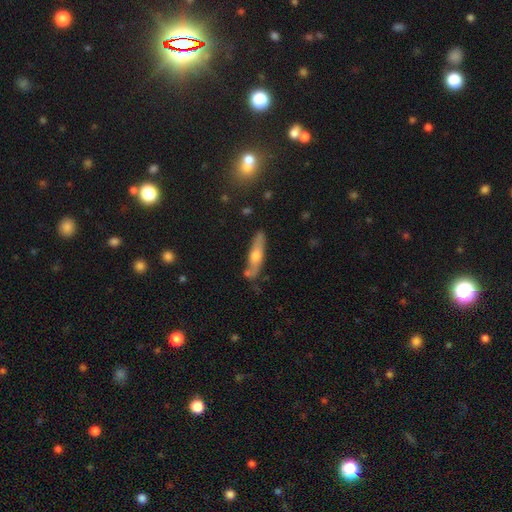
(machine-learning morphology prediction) Overall: featured or disk (49%; smooth 44%). Merging: none (76%).